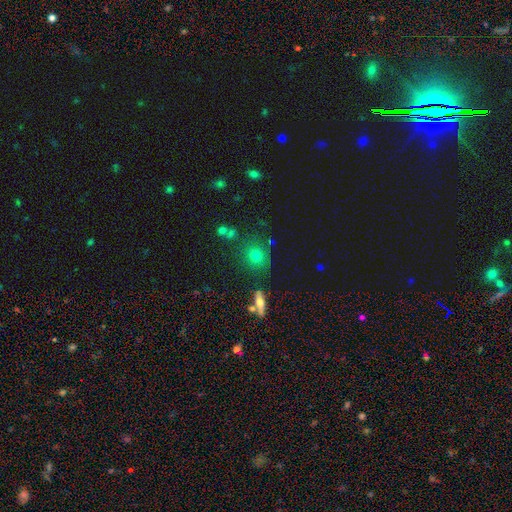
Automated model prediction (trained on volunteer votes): Q: Smooth or featured?
A: smooth (70%); runner-up: star or artifact (16%)
Q: How rounded?
A: round (83%); runner-up: in between (15%)
Q: Merging?
A: none (77%); runner-up: minor disturbance (11%)